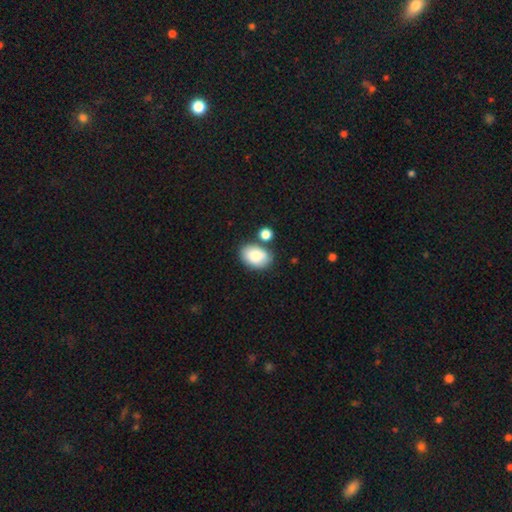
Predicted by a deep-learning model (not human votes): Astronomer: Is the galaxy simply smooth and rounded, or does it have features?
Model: smooth — 84%.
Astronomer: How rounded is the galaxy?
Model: in between — 85%.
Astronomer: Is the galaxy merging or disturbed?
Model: none — 67%.